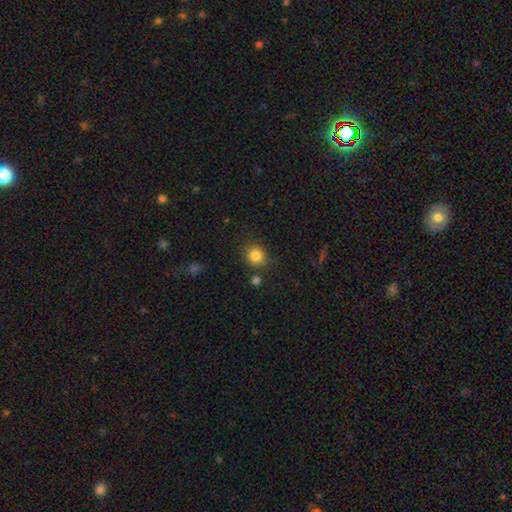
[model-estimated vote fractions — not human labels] Smooth or featured? smooth (83%)
How rounded? round (81%)
Merging? none (81%)